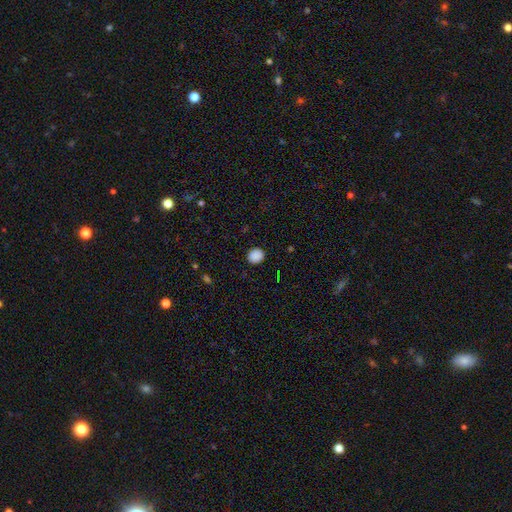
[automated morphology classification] smooth-or-featured: smooth: 88% | star or artifact: 9% | featured or disk: 2%
  how-rounded: round: 79% | in between: 20% | cigar-shaped: 1%
  merging: none: 91% | minor disturbance: 6% | major disturbance: 2% | merger: 1%